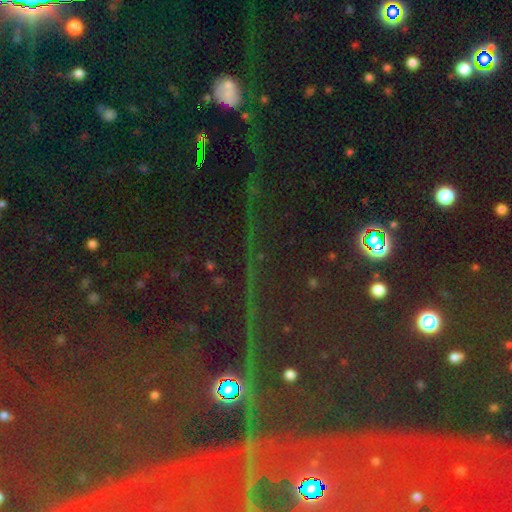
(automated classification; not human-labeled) Overall: star or artifact (80%).